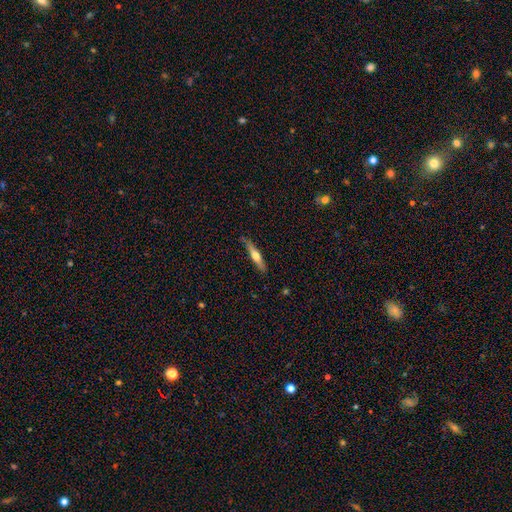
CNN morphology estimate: type=featured or disk (52%); edge-on=yes (95%); merging=none (83%).